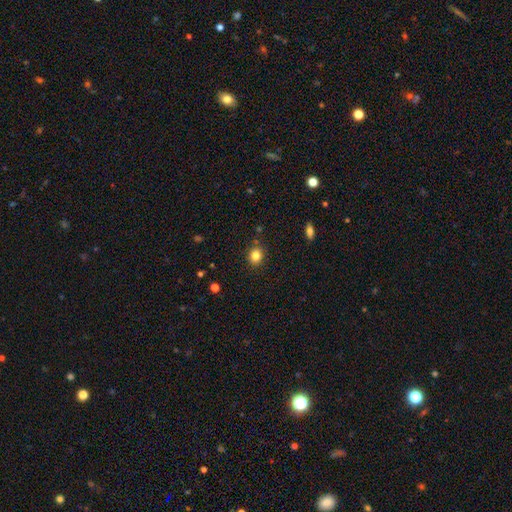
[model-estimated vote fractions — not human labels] Q: Smooth or featured?
A: smooth (83%); runner-up: star or artifact (12%)
Q: How rounded?
A: round (74%); runner-up: in between (25%)
Q: Merging?
A: none (86%); runner-up: minor disturbance (9%)